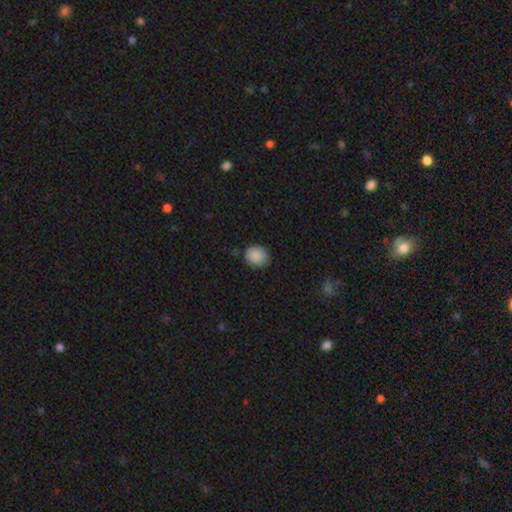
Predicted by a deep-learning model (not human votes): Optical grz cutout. It shows a smooth galaxy with no disk features (88%) that is round (58%). Merging: none (78%).